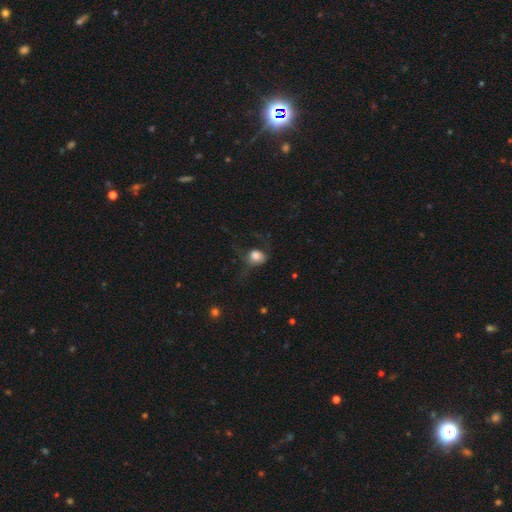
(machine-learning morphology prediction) This is likely a smooth galaxy (72%). How rounded: possibly round (56%). Merging: marginally major disturbance (44%).